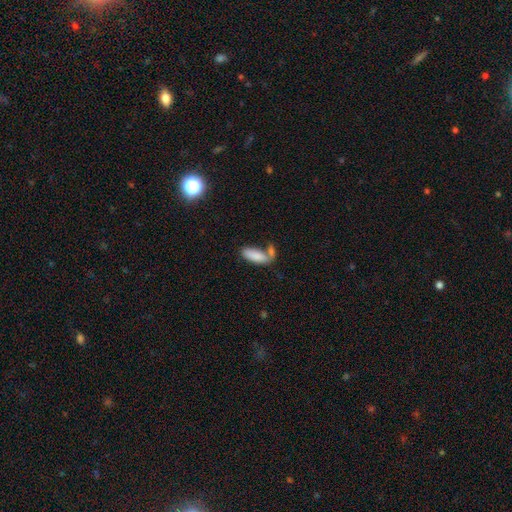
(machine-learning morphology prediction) A smooth galaxy with no disk features (83%) that is in between round and cigar-shaped (72%).

Vote fractions:
- Smooth or featured? smooth: 83% / featured or disk: 10% / star or artifact: 7%
- How rounded? in between: 72% / cigar-shaped: 26% / round: 2%
- Merging? none: 41% / merger: 37% / minor disturbance: 14% / major disturbance: 8%